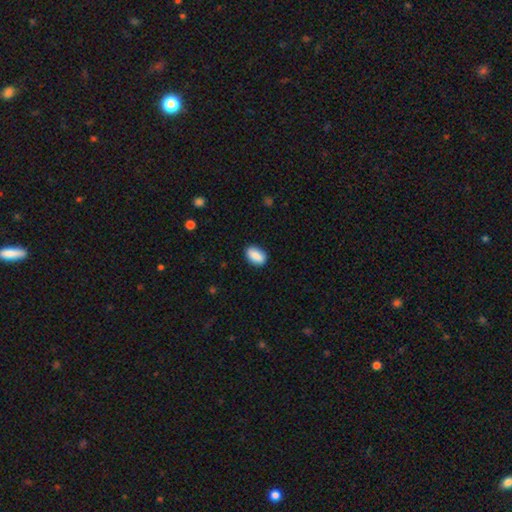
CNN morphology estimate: A smooth galaxy with no disk features (89%) that is in between round and cigar-shaped (91%).

Vote fractions:
- Smooth or featured? smooth: 89% / star or artifact: 7% / featured or disk: 4%
- How rounded? in between: 91% / round: 6% / cigar-shaped: 3%
- Merging? none: 88% / minor disturbance: 9% / major disturbance: 2% / merger: 1%